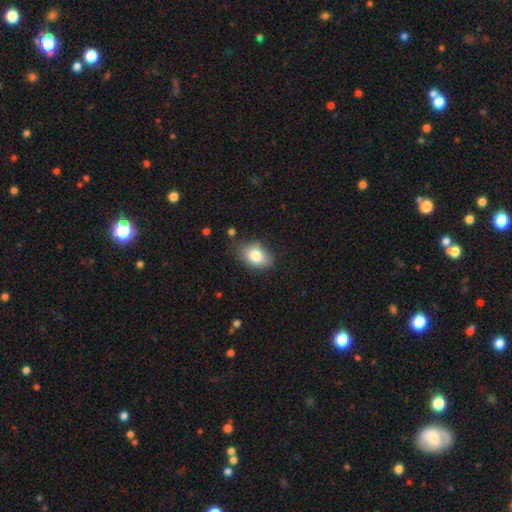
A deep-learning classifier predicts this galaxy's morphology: Overall: smooth (81%). How rounded: in between (80%). Merging: none (73%).